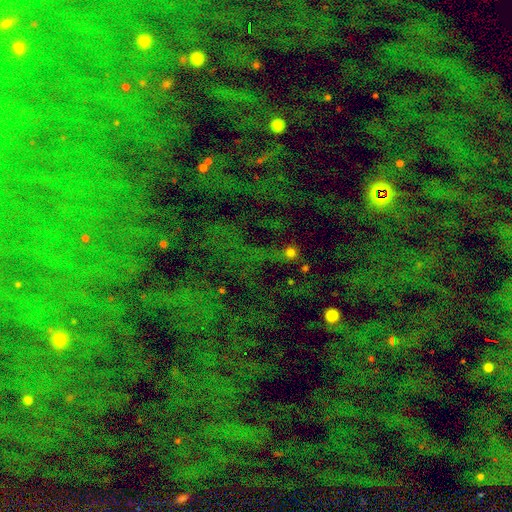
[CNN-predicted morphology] smooth_or_featured: star or artifact (p=0.80) [alt: smooth p=0.12]